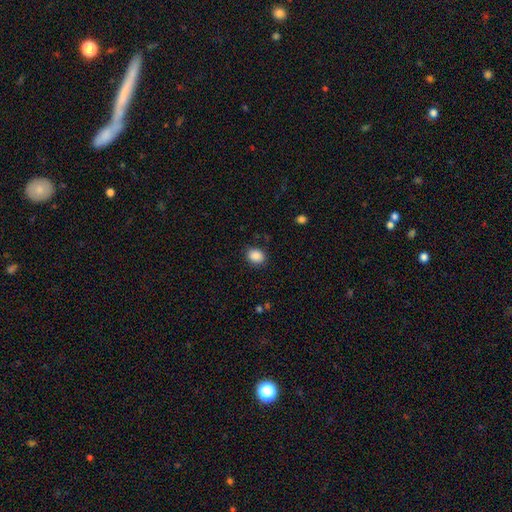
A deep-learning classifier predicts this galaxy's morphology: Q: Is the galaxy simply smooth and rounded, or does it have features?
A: smooth — 88%.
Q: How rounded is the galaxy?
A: round — 58%.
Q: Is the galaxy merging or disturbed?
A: none — 84%.